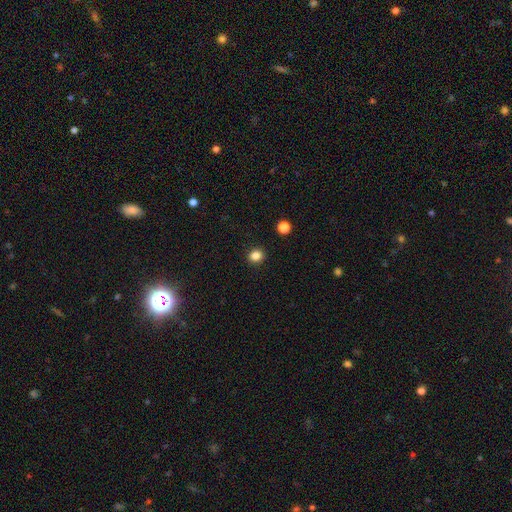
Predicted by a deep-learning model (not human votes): Smooth or featured: smooth — 84% (star or artifact — 12%)
How rounded: round — 81% (in between — 18%)
Merging: none — 92% (minor disturbance — 5%)